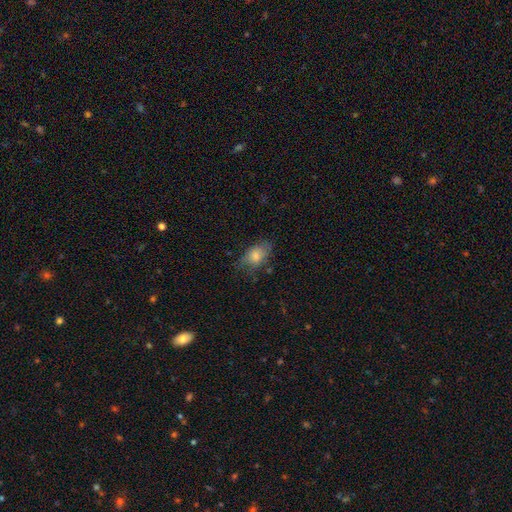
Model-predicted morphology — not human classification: smooth_or_featured: smooth (p=0.76) [alt: featured or disk p=0.17]
how_rounded: in between (p=0.88) [alt: round p=0.10]
merging: none (p=0.56) [alt: minor disturbance p=0.30]